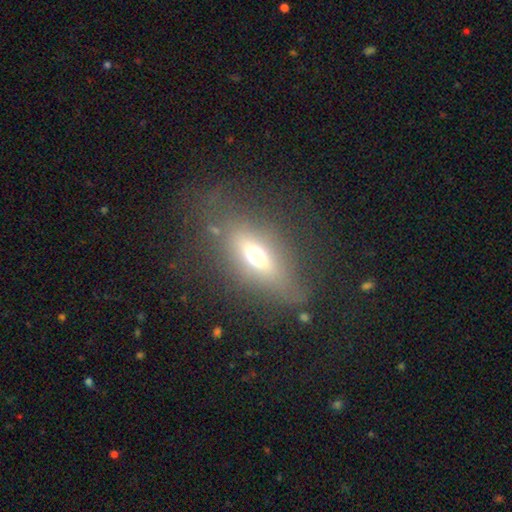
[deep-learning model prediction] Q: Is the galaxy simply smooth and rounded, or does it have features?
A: smooth — 49%.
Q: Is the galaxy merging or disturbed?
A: none — 68%.